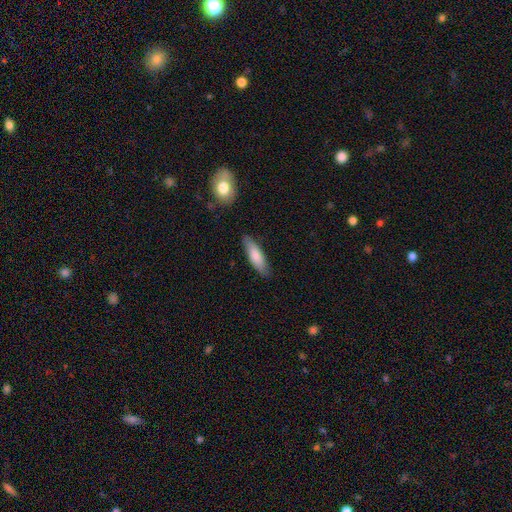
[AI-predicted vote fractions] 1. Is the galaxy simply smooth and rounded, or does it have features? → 80% smooth, 15% featured or disk, 6% star or artifact.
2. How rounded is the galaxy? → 58% cigar-shaped, 41% in between, 2% round.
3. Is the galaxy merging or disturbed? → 83% none, 13% minor disturbance, 2% major disturbance, 1% merger.